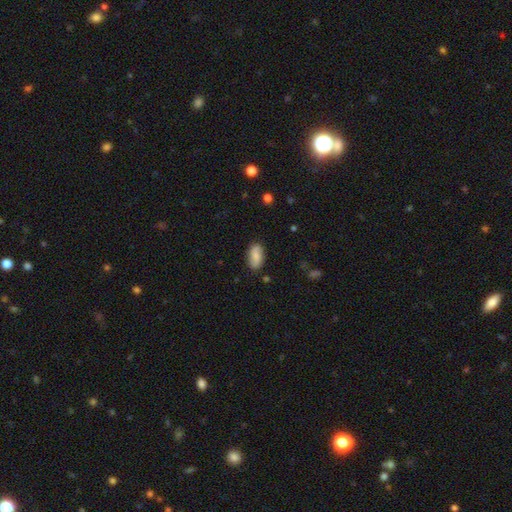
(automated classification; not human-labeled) Smooth or featured: smooth — 70% (featured or disk — 23%)
How rounded: in between — 91% (cigar-shaped — 5%)
Merging: none — 83% (minor disturbance — 13%)